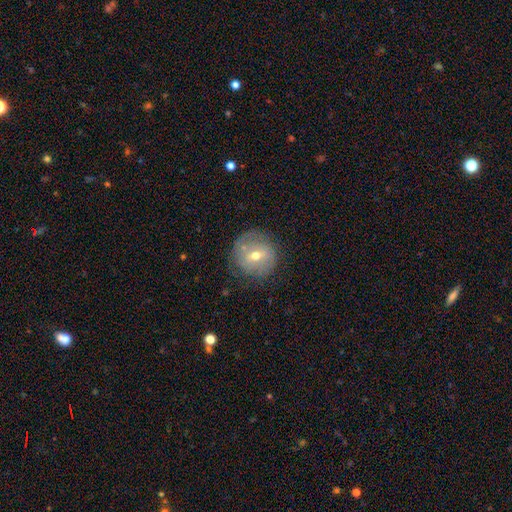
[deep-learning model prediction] smooth-or-featured: featured or disk: 49% | smooth: 42% | star or artifact: 10%
  merging: none: 75% | minor disturbance: 16% | major disturbance: 7% | merger: 2%